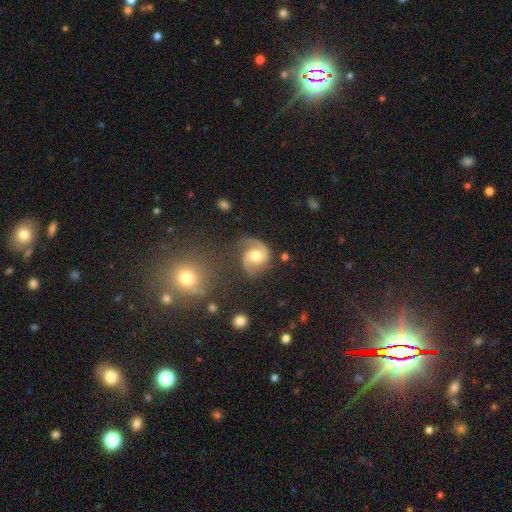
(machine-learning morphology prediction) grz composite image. It shows a featured or disk galaxy (86%) with no bar (58%), 2 (89%) medium (55%) spiral arms (97%) and a moderate central bulge (70%). Merging: none (72%).